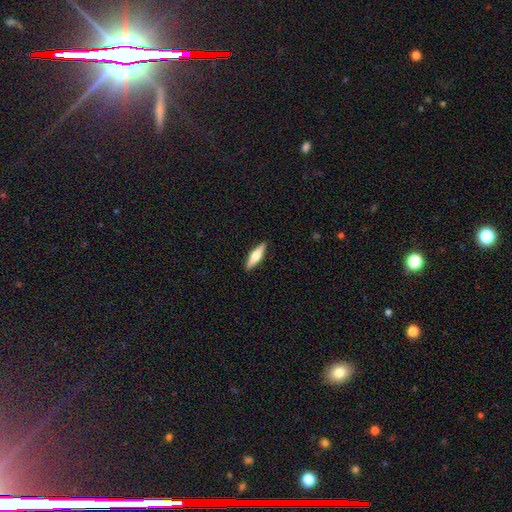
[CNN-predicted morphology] This appears to be a smooth galaxy with no disk features (47%, tied with featured or disk). Merging: none (90%).